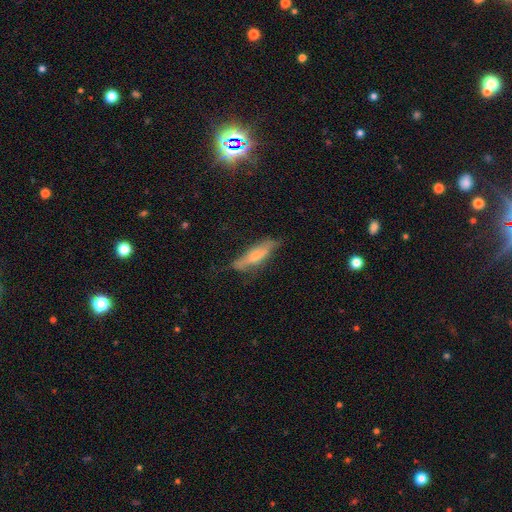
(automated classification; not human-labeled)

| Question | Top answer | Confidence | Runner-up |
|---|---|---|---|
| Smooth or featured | smooth | 53% | featured or disk (40%) |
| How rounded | cigar-shaped | 68% | in between (30%) |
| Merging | none | 61% | minor disturbance (26%) |